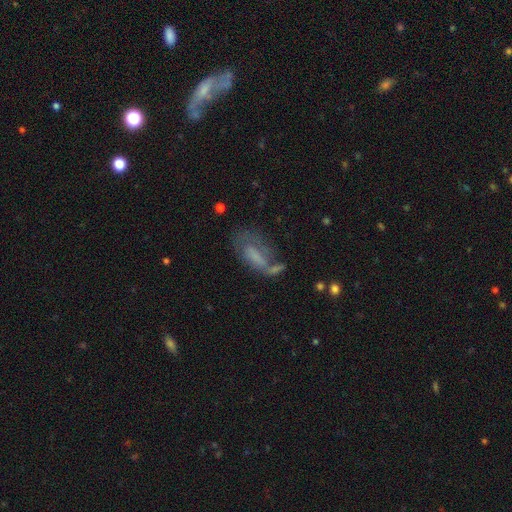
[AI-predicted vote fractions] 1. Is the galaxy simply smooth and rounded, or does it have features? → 44% smooth (tied), 44% featured or disk (tied), 13% star or artifact.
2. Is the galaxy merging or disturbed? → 32% none, 30% major disturbance, 22% minor disturbance, 16% merger.